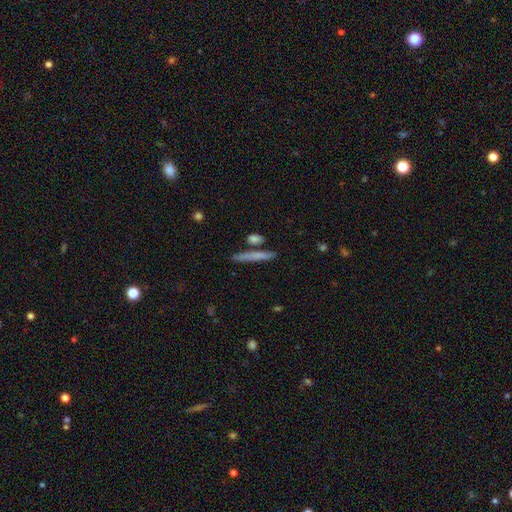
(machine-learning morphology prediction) The model was most divided on "smooth or featured": smooth: 65%, featured or disk: 28%, star or artifact: 7%. More confident: how rounded — cigar-shaped (93%); merging — none (81%).